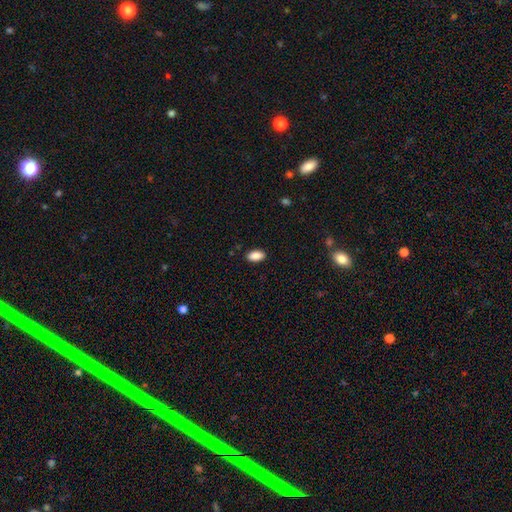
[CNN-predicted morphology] This is clearly a smooth galaxy (89%). How rounded: clearly in between (93%). Merging: clearly none (88%).